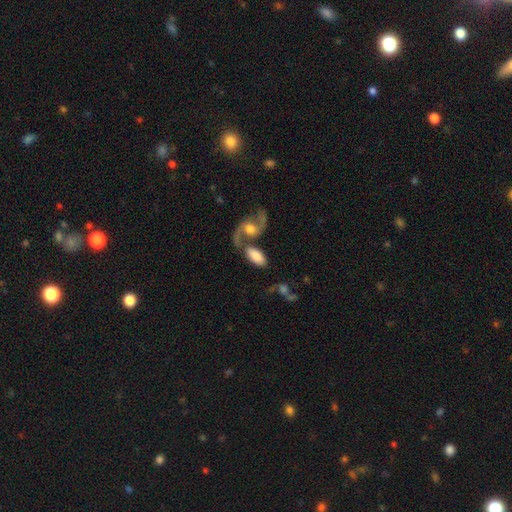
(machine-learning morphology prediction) This is possibly a smooth galaxy (60%). How rounded: clearly in between (91%). Merging: marginally merger (39%, tied with none).